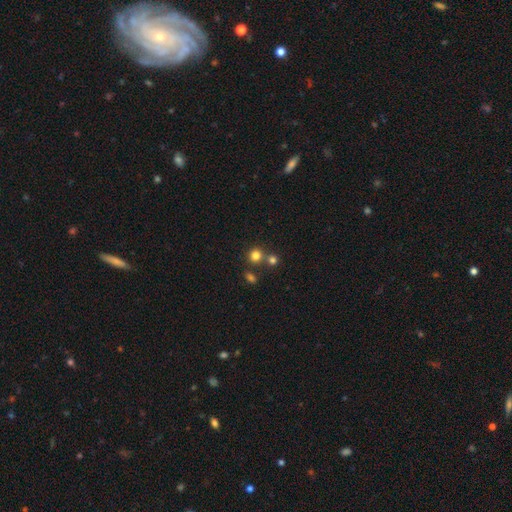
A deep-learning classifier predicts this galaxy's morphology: Smooth or featured? Predicted: smooth (p=0.78). How rounded? Predicted: round (p=0.87). Merging? Predicted: none (p=0.62).